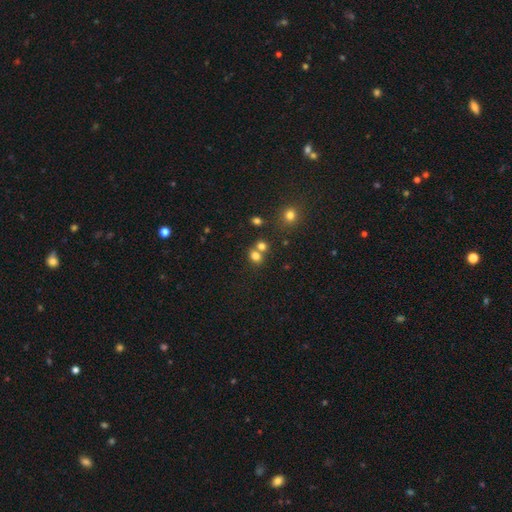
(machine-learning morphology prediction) Smooth or featured: smooth — 76% (star or artifact — 15%)
How rounded: round — 61% (in between — 38%)
Merging: none — 48% (merger — 40%)